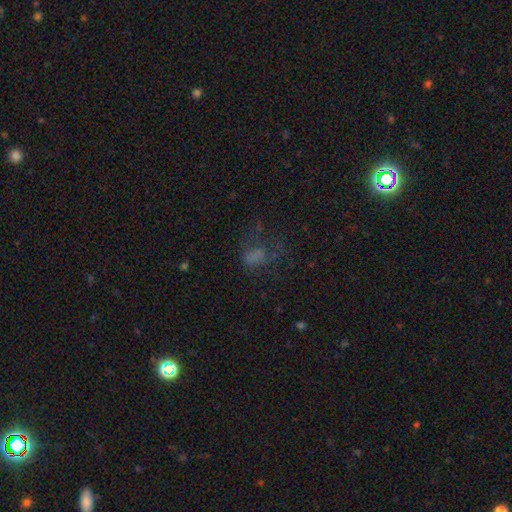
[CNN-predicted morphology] Overall: smooth (54%; star or artifact 27%). How rounded: in between (72%). Merging: none (39%; major disturbance 37%).